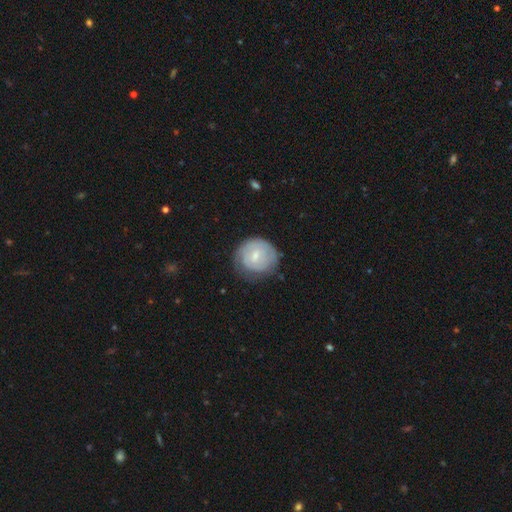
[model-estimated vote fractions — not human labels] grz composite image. It shows a featured or disk galaxy (57%) with a weak bar (55%), spiral arms (76%) and a small central bulge (55%). Merging: none (67%).